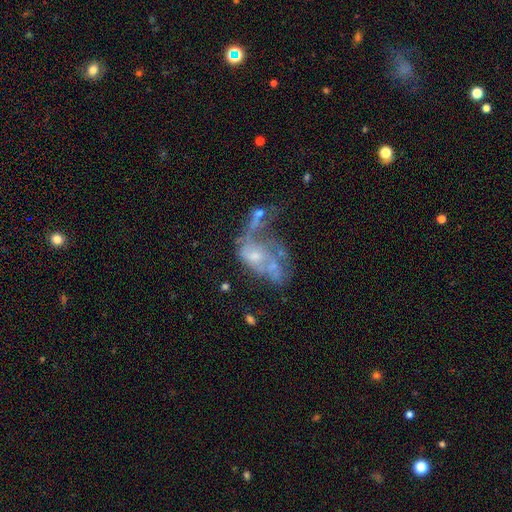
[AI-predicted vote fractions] Smooth or featured: featured or disk — 65% (smooth — 21%)
Edge-on disk: no — 96% (yes — 4%)
Bar: no — 80% (weak — 16%)
Spiral arms: no — 66% (yes — 34%)
Bulge size: small — 44% (moderate — 29%)
Merging: merger — 38% (major disturbance — 36%)